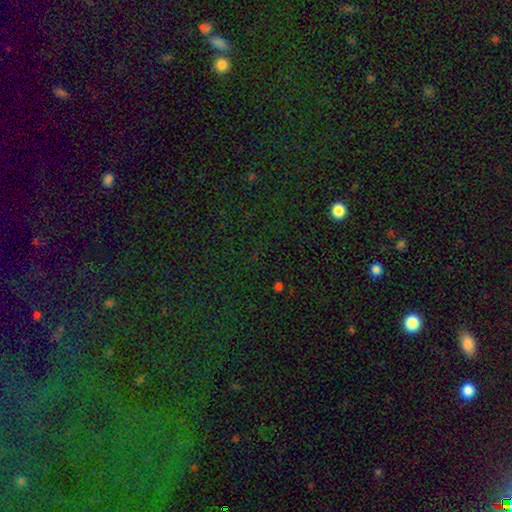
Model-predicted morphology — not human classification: A star or artifact, not a galaxy (77%).